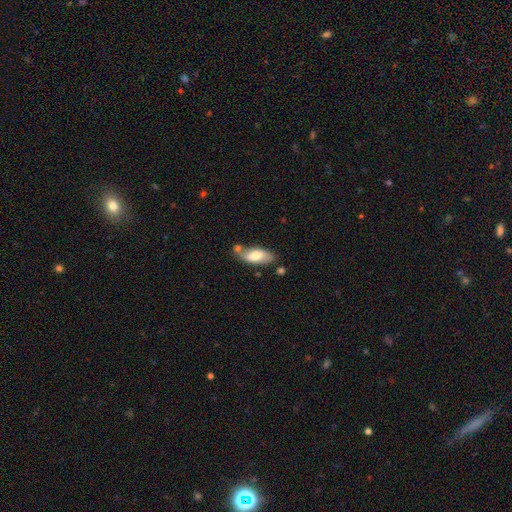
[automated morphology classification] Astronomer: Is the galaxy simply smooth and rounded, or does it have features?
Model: smooth — 70%.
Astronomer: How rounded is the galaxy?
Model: in between — 83%.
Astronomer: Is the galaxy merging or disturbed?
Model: none — 55%.